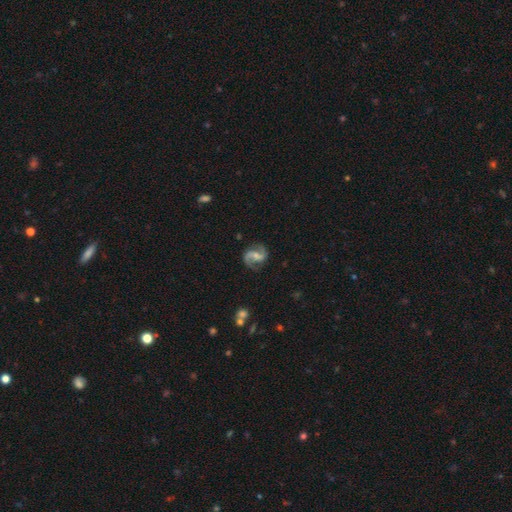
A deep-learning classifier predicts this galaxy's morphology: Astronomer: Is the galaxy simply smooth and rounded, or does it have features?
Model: featured or disk — 89%.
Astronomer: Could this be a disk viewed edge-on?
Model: no — 98%.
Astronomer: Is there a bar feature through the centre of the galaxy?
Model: weak — 46% (runner-up: no, 31%).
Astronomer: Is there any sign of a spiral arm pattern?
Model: yes — 97%.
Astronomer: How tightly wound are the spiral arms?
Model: medium — 49% (runner-up: loose, 39%).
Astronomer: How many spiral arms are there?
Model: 2 — 94%.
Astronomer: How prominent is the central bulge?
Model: moderate — 46% (runner-up: small, 44%).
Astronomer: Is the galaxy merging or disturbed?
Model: none — 82%.